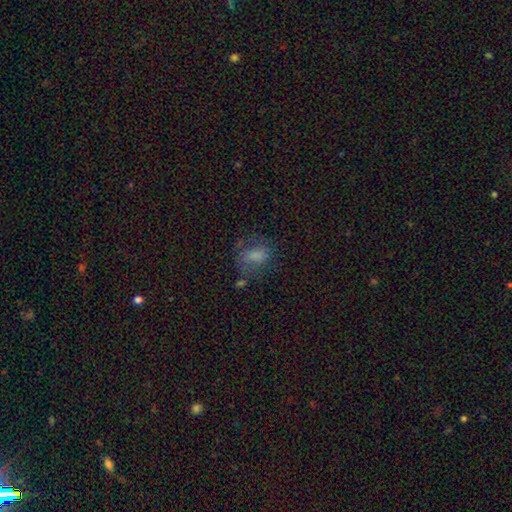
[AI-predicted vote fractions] This is likely a smooth galaxy (65%). How rounded: likely in between (74%). Merging: possibly none (51%).